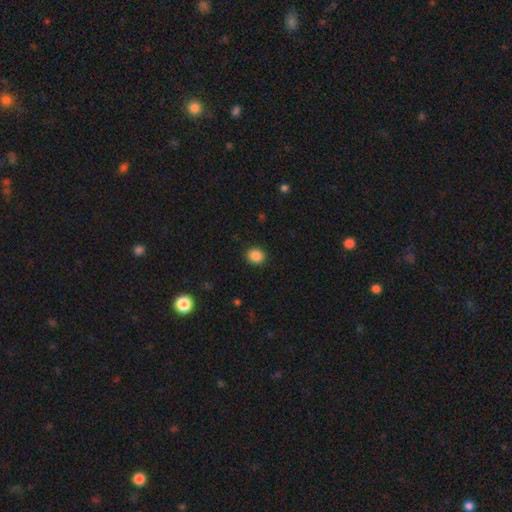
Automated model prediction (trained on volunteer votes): smooth 87%, star or artifact 10%, featured or disk 3%. Down the decision tree: how rounded — round (79%); merging — none (91%).